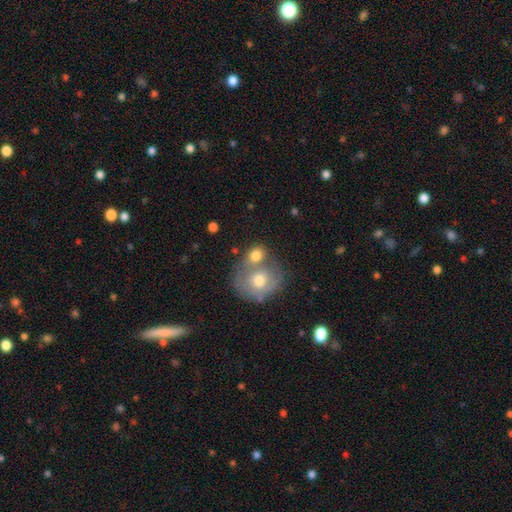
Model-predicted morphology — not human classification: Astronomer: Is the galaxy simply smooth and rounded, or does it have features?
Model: smooth — 71%.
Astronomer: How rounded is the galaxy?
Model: round — 60% (runner-up: in between, 39%).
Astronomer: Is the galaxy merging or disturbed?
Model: merger — 55%.